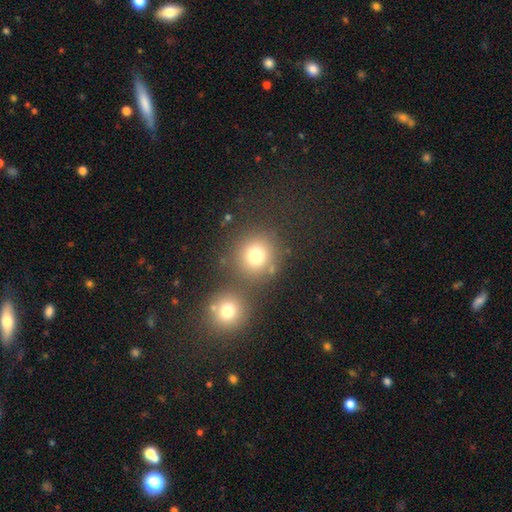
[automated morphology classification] This is likely a smooth galaxy (75%). How rounded: clearly round (89%). Merging: likely none (64%).